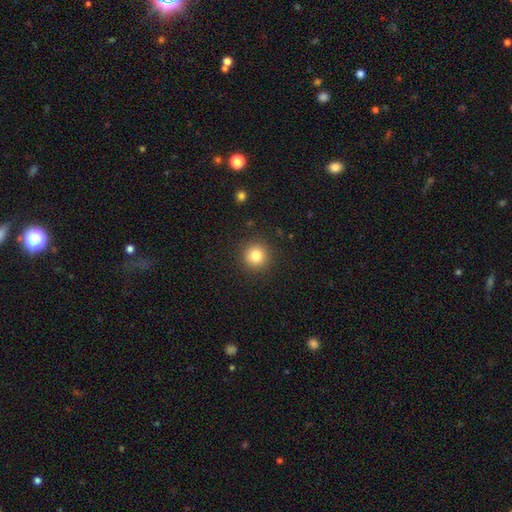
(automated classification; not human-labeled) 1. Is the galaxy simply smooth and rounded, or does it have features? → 82% smooth, 11% star or artifact, 7% featured or disk.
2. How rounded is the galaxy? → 95% round, 4% in between, 1% cigar-shaped.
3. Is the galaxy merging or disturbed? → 91% none, 6% minor disturbance, 2% major disturbance, 1% merger.